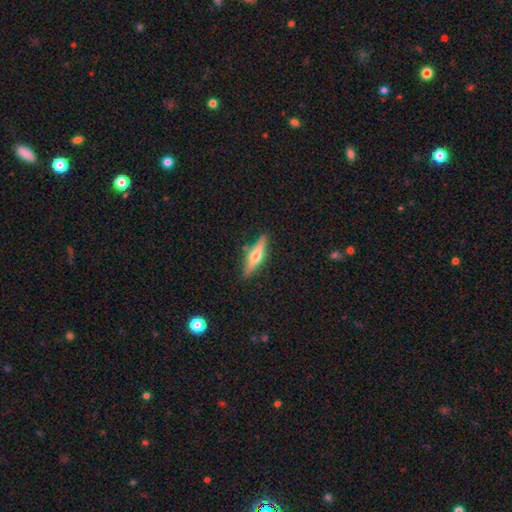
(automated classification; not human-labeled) The model was most divided on "smooth or featured": featured or disk: 56%, smooth: 38%, star or artifact: 6%. More confident: edge-on disk — yes (94%); edge-on bulge — rounded (89%); merging — none (85%).